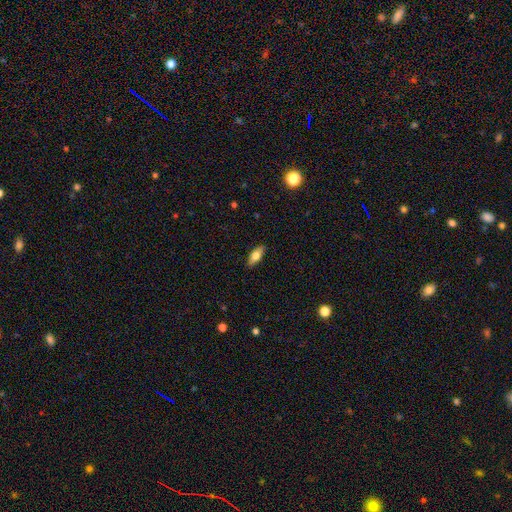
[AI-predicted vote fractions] Q: Smooth or featured?
A: smooth (71%); runner-up: featured or disk (23%)
Q: How rounded?
A: in between (79%); runner-up: cigar-shaped (19%)
Q: Merging?
A: none (88%); runner-up: minor disturbance (9%)